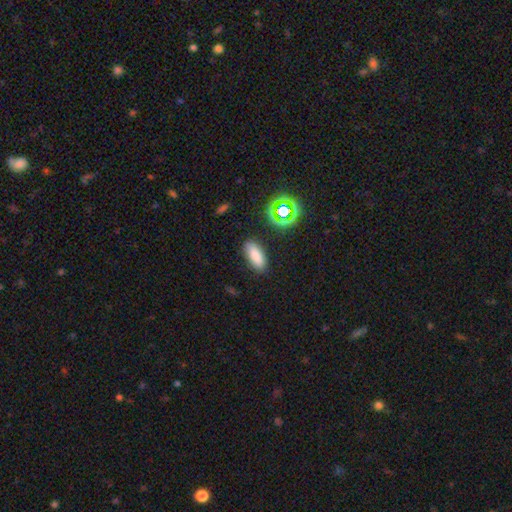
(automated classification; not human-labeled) Morphology: type=smooth (81%); roundness=in between (76%); merging=none (85%).